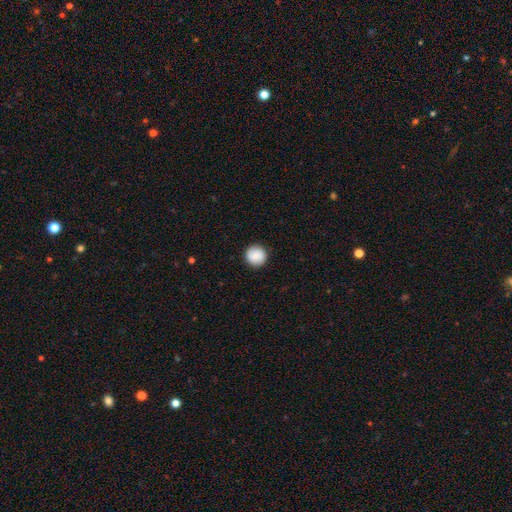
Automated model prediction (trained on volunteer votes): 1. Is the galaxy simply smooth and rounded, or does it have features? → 82% smooth, 11% featured or disk, 8% star or artifact.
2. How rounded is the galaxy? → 95% round, 4% in between, 1% cigar-shaped.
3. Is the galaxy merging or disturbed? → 90% none, 7% minor disturbance, 2% major disturbance, 1% merger.